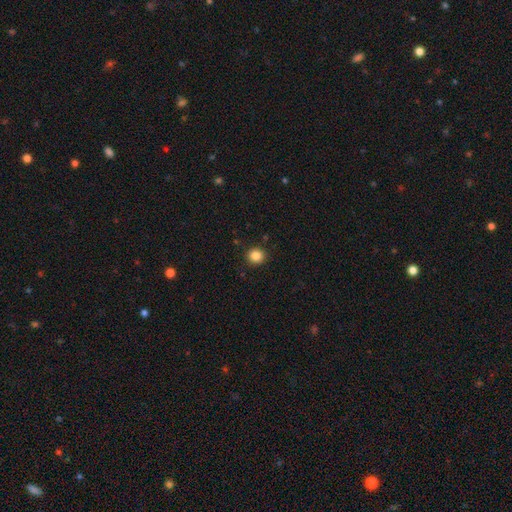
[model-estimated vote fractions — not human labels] This is clearly a smooth galaxy (86%). How rounded: clearly round (88%). Merging: clearly none (90%).